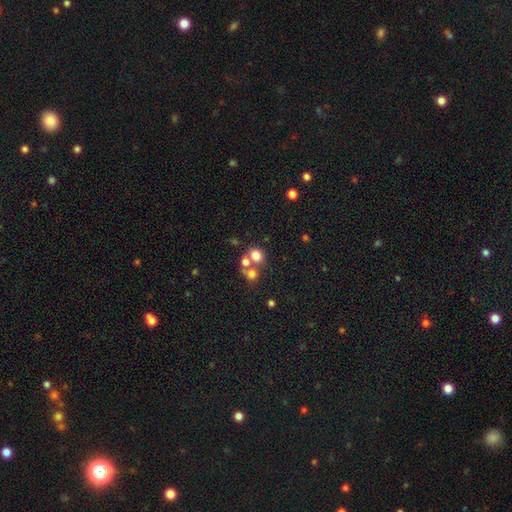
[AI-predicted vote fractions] smooth_or_featured: smooth (p=0.73) [alt: star or artifact p=0.15]
how_rounded: round (p=0.66) [alt: in between p=0.33]
merging: none (p=0.46) [alt: merger p=0.40]